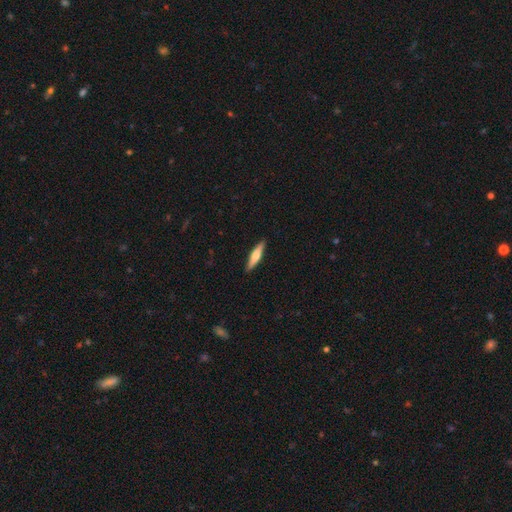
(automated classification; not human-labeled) The model was most divided on "smooth or featured": smooth: 49%, featured or disk: 45%, star or artifact: 5%. More confident: merging — none (90%).